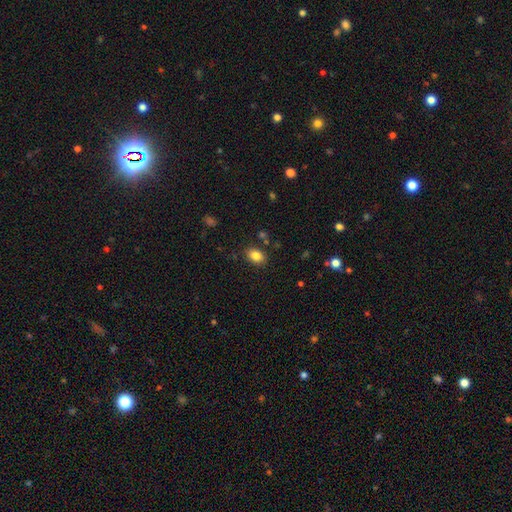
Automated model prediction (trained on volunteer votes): The model was most divided on "how rounded": in between: 80%, round: 19%, cigar-shaped: 1%. More confident: smooth or featured — smooth (84%); merging — none (84%).